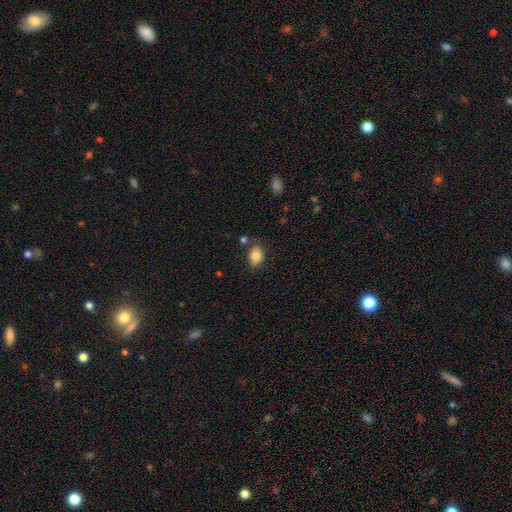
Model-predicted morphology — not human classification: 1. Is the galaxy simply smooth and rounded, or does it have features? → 84% smooth, 8% featured or disk, 8% star or artifact.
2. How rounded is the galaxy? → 74% in between, 24% round, 1% cigar-shaped.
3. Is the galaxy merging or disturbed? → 77% none, 14% minor disturbance, 6% merger, 3% major disturbance.